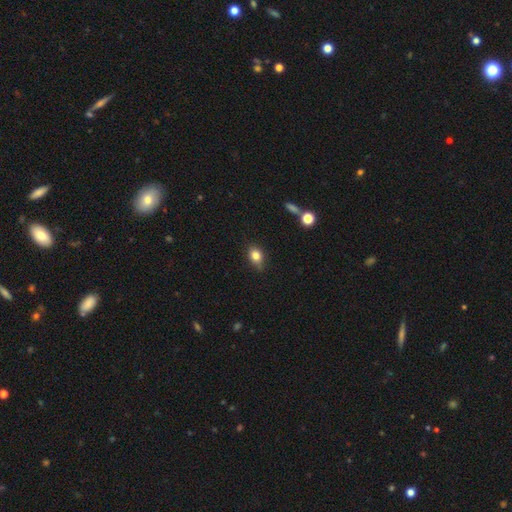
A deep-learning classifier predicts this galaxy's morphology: Smooth or featured? Predicted: smooth (p=0.81). How rounded? Predicted: in between (p=0.62). Merging? Predicted: none (p=0.78).